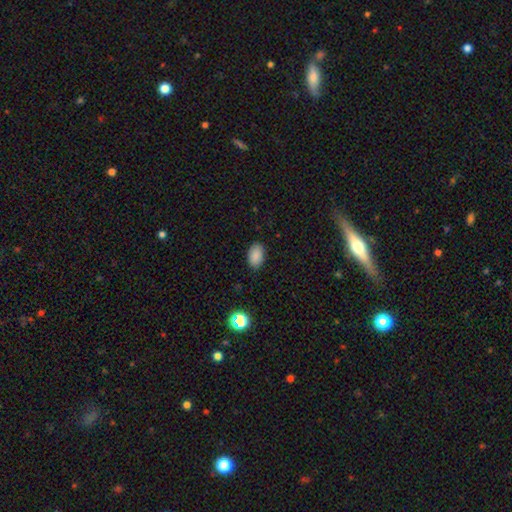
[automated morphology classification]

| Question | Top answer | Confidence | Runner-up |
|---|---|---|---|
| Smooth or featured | smooth | 87% | star or artifact (9%) |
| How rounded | in between | 91% | round (8%) |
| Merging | none | 88% | minor disturbance (9%) |